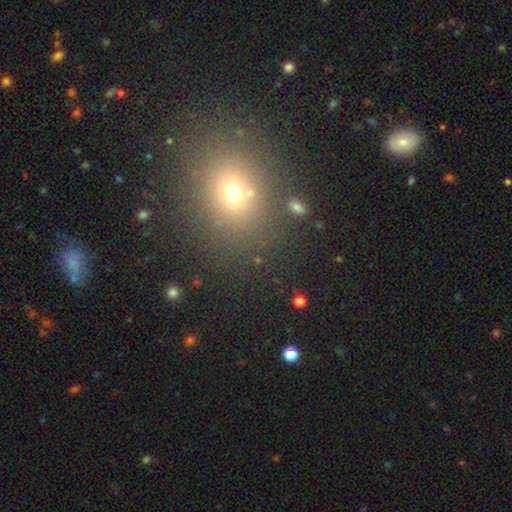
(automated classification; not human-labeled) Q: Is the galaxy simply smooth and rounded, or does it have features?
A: smooth — 53%.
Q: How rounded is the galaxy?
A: round — 62%.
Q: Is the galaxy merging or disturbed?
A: none — 80%.